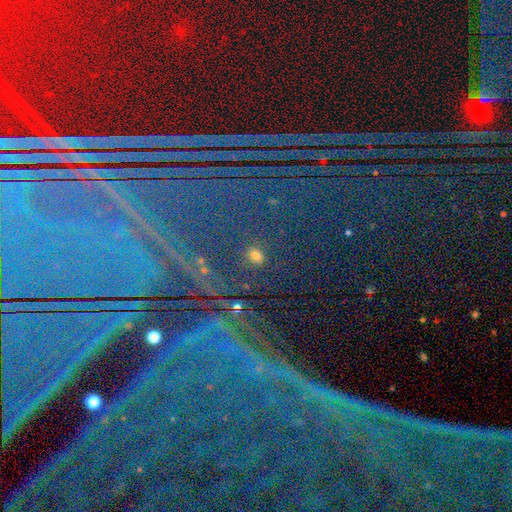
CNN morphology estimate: Smooth or featured? star or artifact (87%)